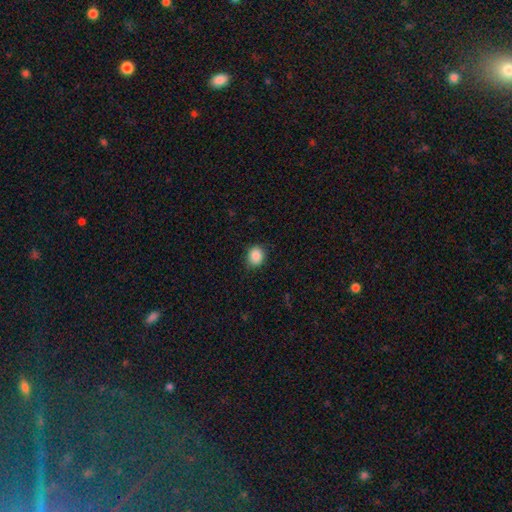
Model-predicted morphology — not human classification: This appears to be a smooth galaxy with no disk features (87%) that is round (70%). Merging: none (86%).